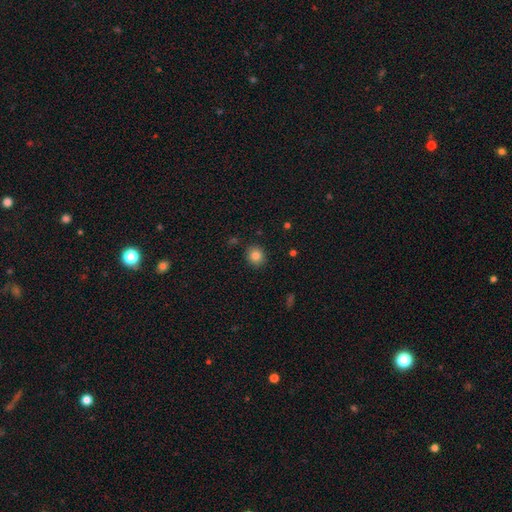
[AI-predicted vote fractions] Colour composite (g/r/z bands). It shows a smooth galaxy with no disk features (83%) that is round (78%). Merging: none (88%).